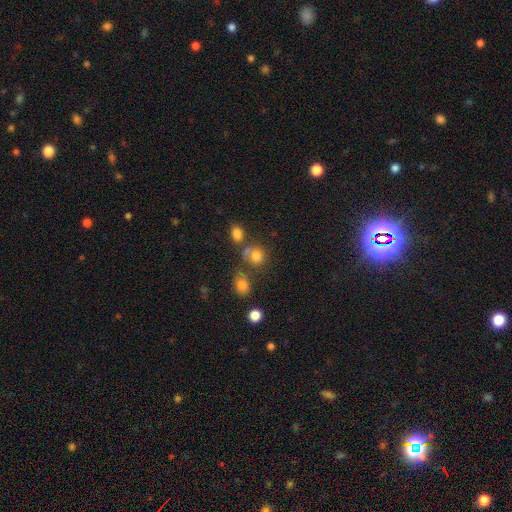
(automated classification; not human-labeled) This is likely a smooth galaxy (76%). How rounded: likely round (65%). Merging: possibly none (51%).